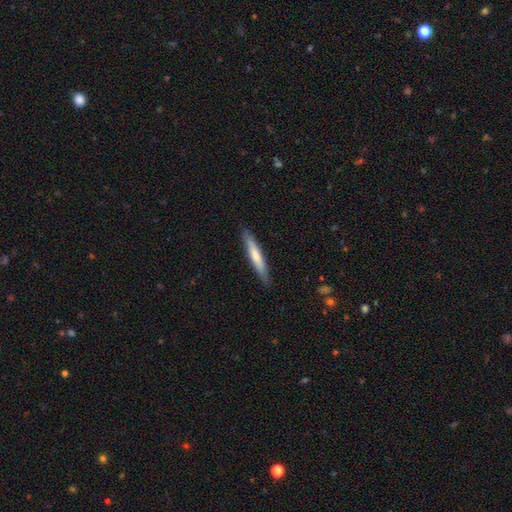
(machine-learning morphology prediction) Smooth or featured?
  - smooth: 63% *
  - featured or disk: 32%
  - star or artifact: 5%
How rounded?
  - cigar-shaped: 93% *
  - in between: 5%
  - round: 1%
Merging?
  - none: 88% *
  - minor disturbance: 9%
  - major disturbance: 2%
  - merger: 1%